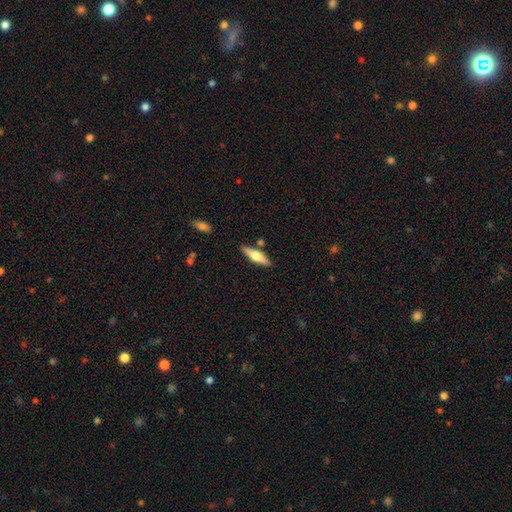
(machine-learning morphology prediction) This appears to be a smooth galaxy with no disk features (51%) that is cigar-shaped (63%). Merging: none (83%).